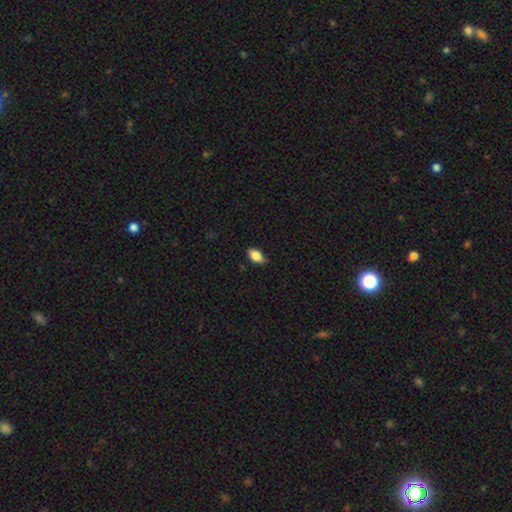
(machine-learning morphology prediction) The model was most divided on "merging": none: 76%, minor disturbance: 20%, major disturbance: 3%, merger: 1%. More confident: how rounded — in between (89%); smooth or featured — smooth (82%).